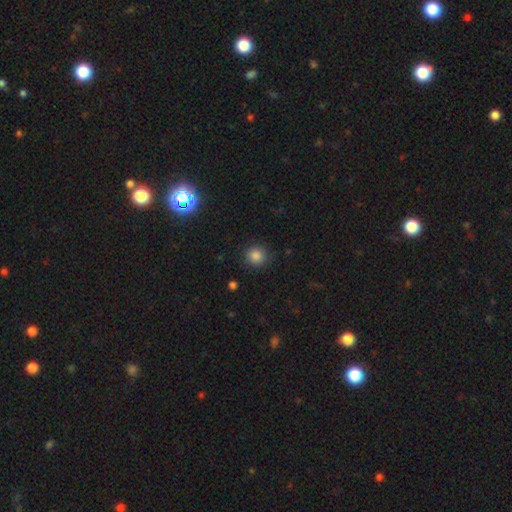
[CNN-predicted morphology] This is clearly a smooth galaxy (84%). How rounded: clearly round (92%). Merging: clearly none (88%).